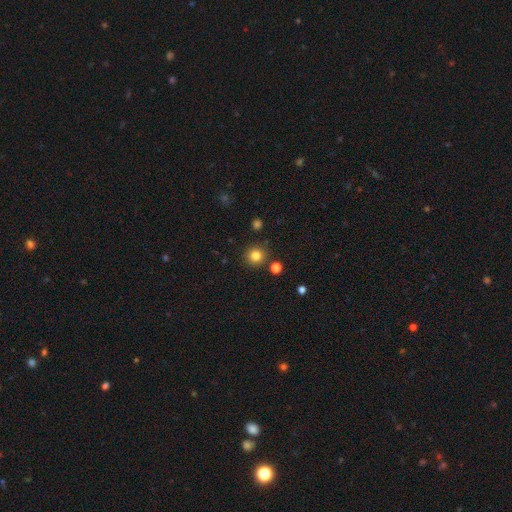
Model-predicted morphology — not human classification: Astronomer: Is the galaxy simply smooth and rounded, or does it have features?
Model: smooth — 82%.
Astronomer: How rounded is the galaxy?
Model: round — 94%.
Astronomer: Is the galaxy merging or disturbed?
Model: none — 87%.